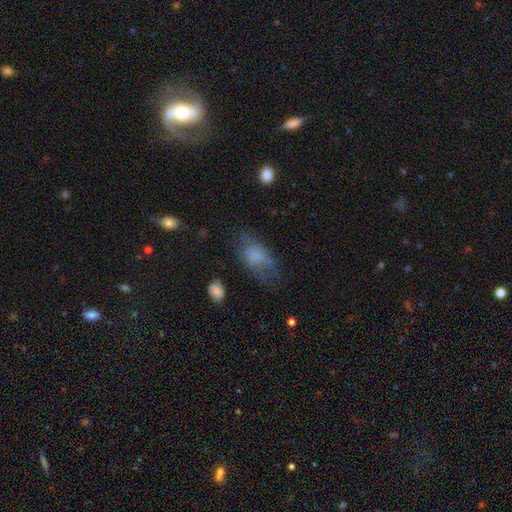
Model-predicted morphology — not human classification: smooth-or-featured: smooth: 64% | featured or disk: 24% | star or artifact: 11%
  how-rounded: in between: 86% | round: 9% | cigar-shaped: 5%
  merging: none: 44% | minor disturbance: 27% | major disturbance: 25% | merger: 4%